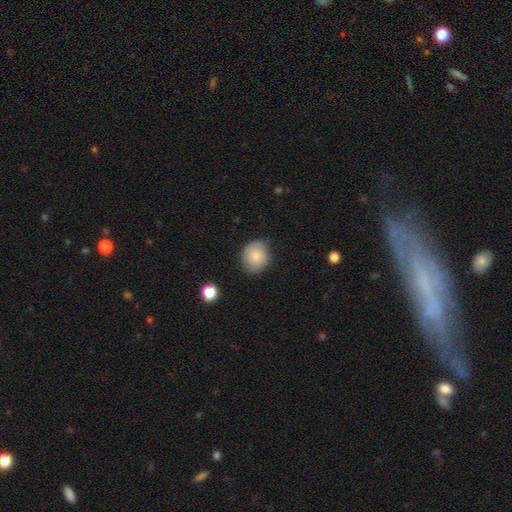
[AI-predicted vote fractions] Morphology: type=smooth (72%); roundness=round (74%); merging=none (75%).